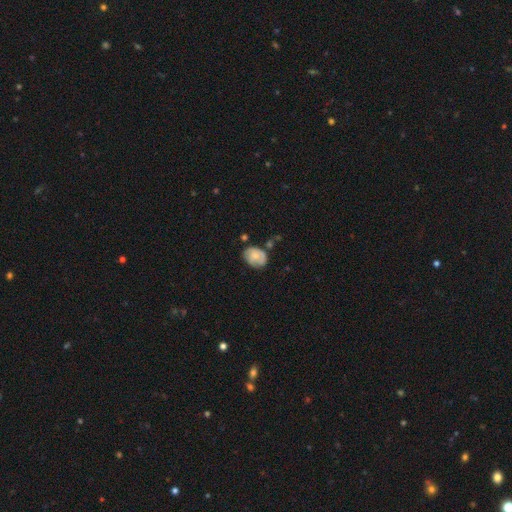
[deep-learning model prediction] Smooth or featured? smooth (66%)
How rounded? in between (65%)
Merging? none (54%)